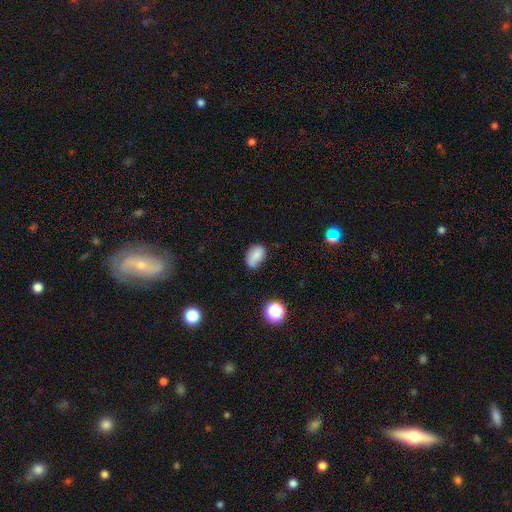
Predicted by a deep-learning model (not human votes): Smooth or featured: smooth — 79% (star or artifact — 11%)
How rounded: in between — 84% (round — 15%)
Merging: none — 65% (minor disturbance — 26%)